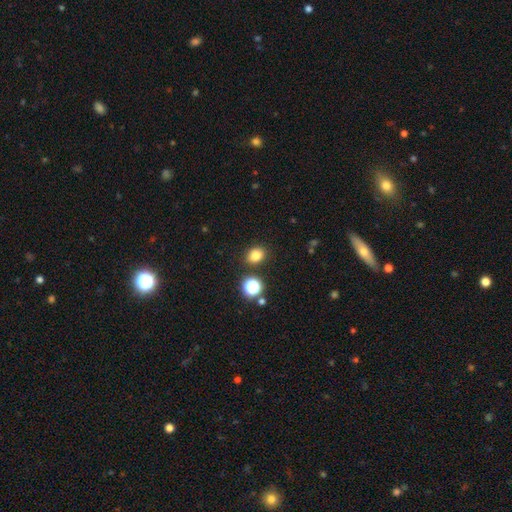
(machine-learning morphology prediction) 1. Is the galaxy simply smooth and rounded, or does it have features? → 80% smooth, 15% star or artifact, 5% featured or disk.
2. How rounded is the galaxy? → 54% round, 45% in between, 1% cigar-shaped.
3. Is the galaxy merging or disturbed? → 84% none, 9% minor disturbance, 4% merger, 3% major disturbance.